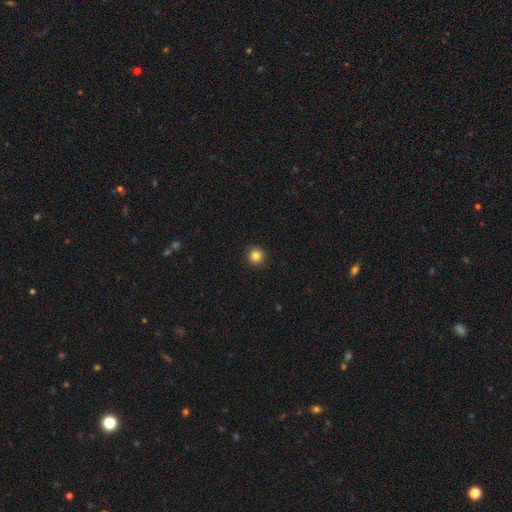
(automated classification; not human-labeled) Smooth or featured: smooth — 85% (star or artifact — 11%)
How rounded: round — 95% (in between — 4%)
Merging: none — 92% (minor disturbance — 5%)